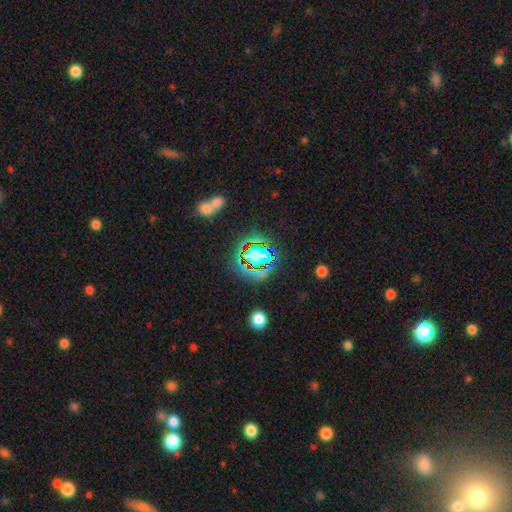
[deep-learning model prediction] Smooth or featured? star or artifact (74%)